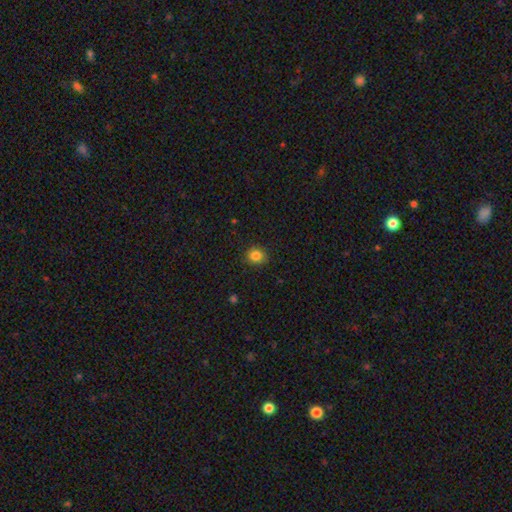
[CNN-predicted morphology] Smooth or featured? smooth (83%)
How rounded? round (81%)
Merging? none (87%)